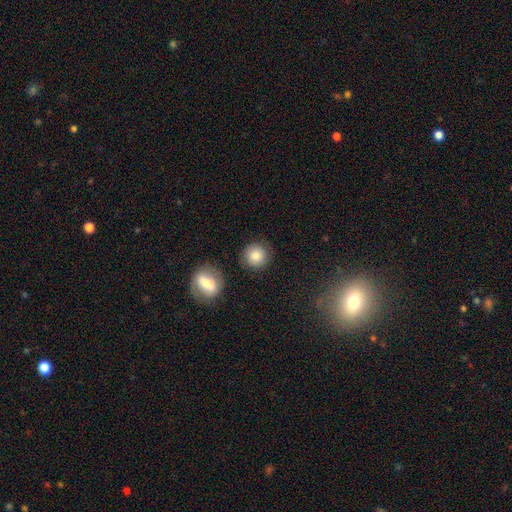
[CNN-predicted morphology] smooth 84%, featured or disk 8%, star or artifact 8%. Down the decision tree: how rounded — round (90%); merging — none (82%).